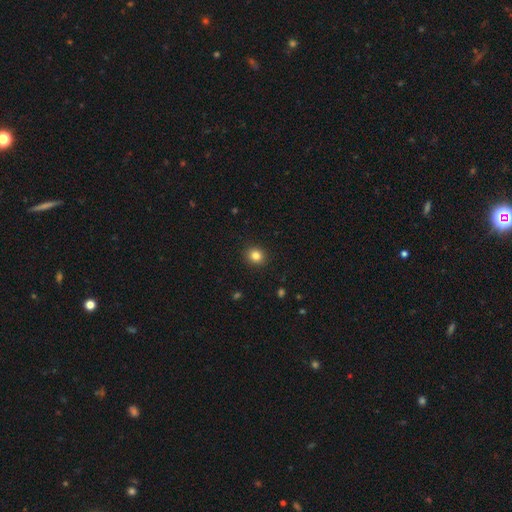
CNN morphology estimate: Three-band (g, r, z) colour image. It shows a smooth galaxy with no disk features (83%) that is round (83%). Merging: none (92%).